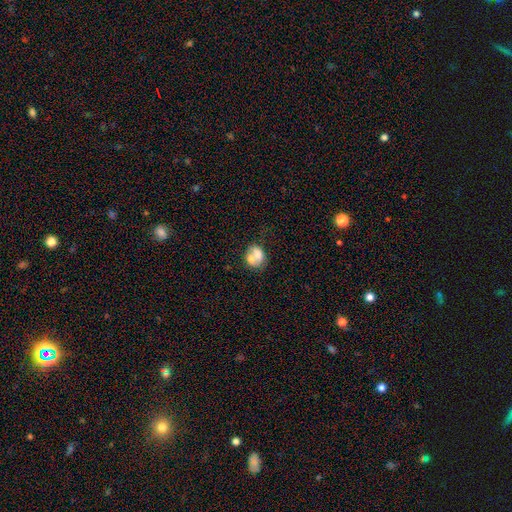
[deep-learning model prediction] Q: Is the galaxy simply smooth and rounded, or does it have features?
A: smooth — 63%.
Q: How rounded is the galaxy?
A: in between — 58%.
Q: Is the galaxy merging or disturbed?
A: merger — 60%.